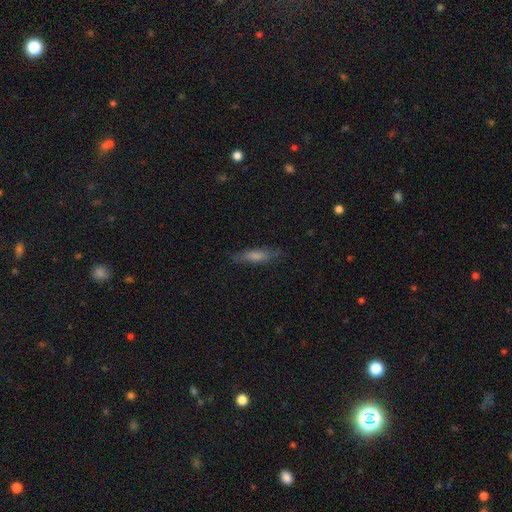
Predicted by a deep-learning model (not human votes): Morphology: type=smooth (57%); roundness=cigar-shaped (75%); merging=none (83%).